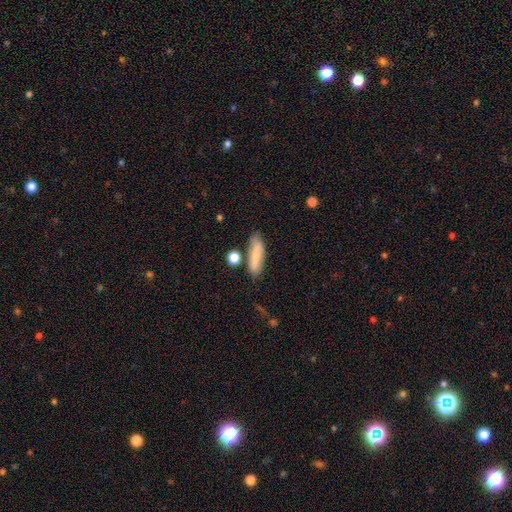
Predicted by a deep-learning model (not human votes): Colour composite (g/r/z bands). It shows a smooth galaxy with no disk features (75%) that is cigar-shaped (53%). Merging: none (71%).